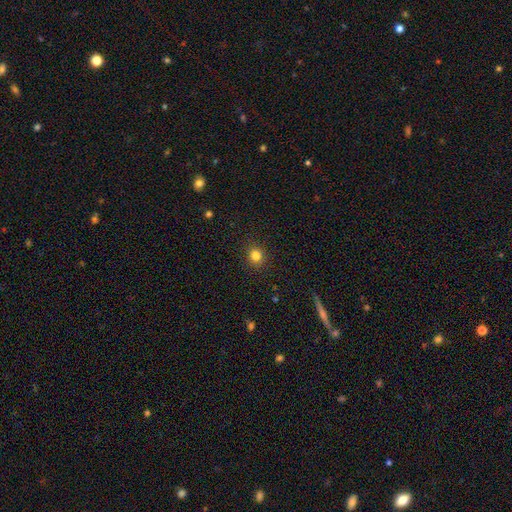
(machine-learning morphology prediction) A smooth galaxy with no disk features (83%) that is round (84%).

Vote fractions:
- Smooth or featured? smooth: 83% / star or artifact: 12% / featured or disk: 5%
- How rounded? round: 84% / in between: 15% / cigar-shaped: 1%
- Merging? none: 90% / minor disturbance: 7% / major disturbance: 2% / merger: 1%